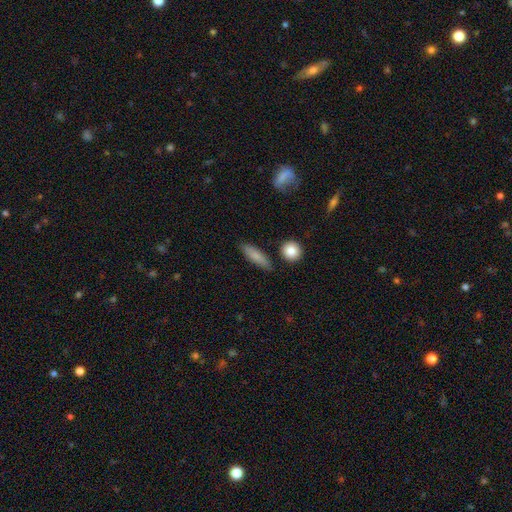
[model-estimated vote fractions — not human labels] Smooth or featured: smooth — 80% (featured or disk — 14%)
How rounded: cigar-shaped — 54% (in between — 42%)
Merging: none — 82% (minor disturbance — 12%)